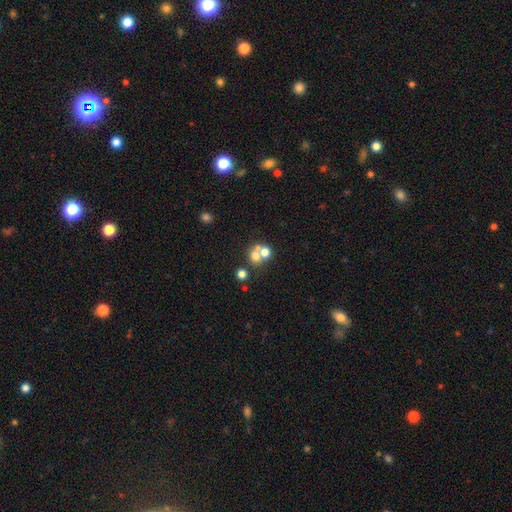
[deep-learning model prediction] Smooth or featured?
  - smooth: 64% *
  - featured or disk: 19%
  - star or artifact: 17%
How rounded?
  - round: 77% *
  - in between: 22%
  - cigar-shaped: 1%
Merging?
  - merger: 50% *
  - none: 40%
  - minor disturbance: 6%
  - major disturbance: 4%